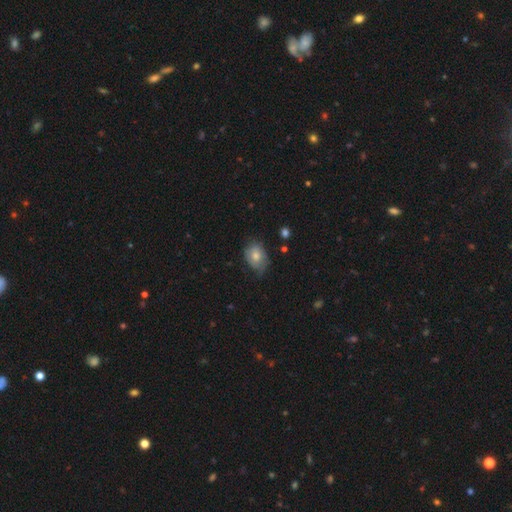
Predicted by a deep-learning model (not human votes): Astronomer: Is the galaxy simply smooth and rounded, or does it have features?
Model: smooth — 68%.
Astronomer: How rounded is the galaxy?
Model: in between — 71%.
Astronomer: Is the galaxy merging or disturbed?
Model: none — 53% (runner-up: minor disturbance, 36%).